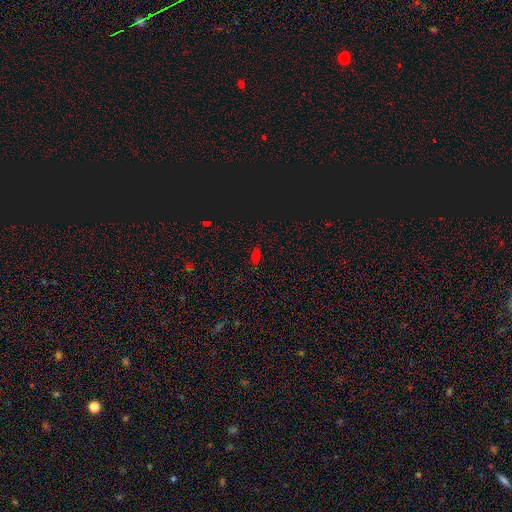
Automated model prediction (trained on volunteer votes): Smooth or featured? smooth (59%)
How rounded? in between (83%)
Merging? none (83%)